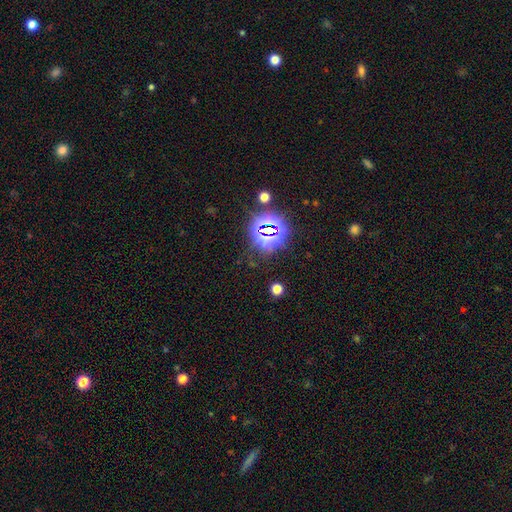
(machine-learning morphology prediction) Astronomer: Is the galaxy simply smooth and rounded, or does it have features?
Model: star or artifact — 81%.